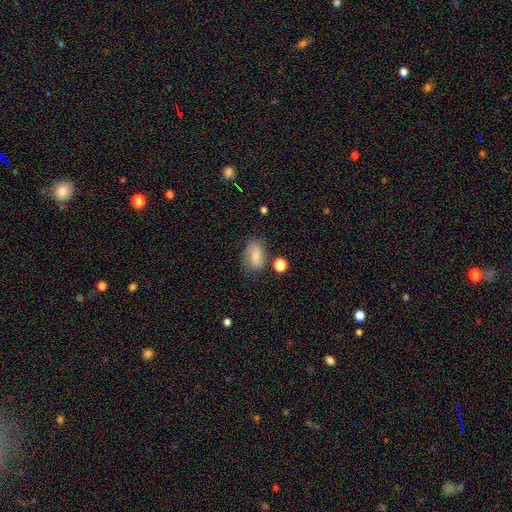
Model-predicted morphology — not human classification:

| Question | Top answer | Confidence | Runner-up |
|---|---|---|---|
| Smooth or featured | smooth | 70% | featured or disk (21%) |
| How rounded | in between | 83% | round (15%) |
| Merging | none | 63% | minor disturbance (24%) |